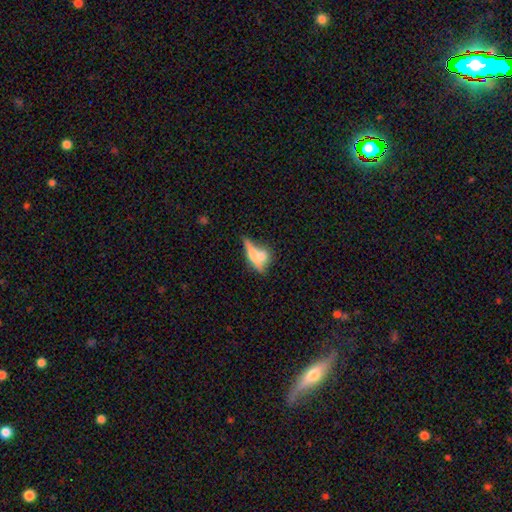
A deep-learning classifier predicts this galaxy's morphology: This appears to be a smooth galaxy with no disk features (52%) that is in between round and cigar-shaped (46%). Merging: merger (40%).